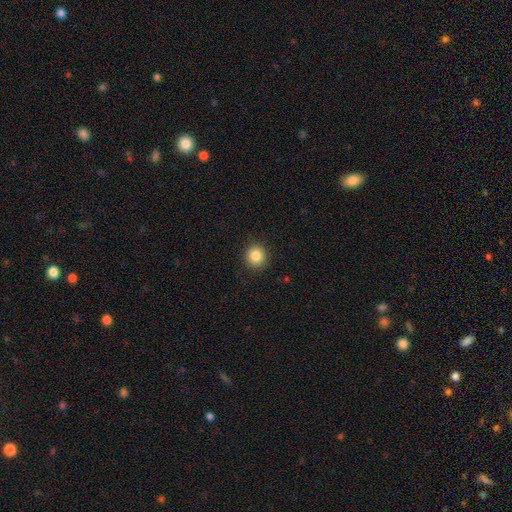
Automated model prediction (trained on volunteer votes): smooth 85%, star or artifact 10%, featured or disk 5%. Down the decision tree: how rounded — round (92%); merging — none (90%).